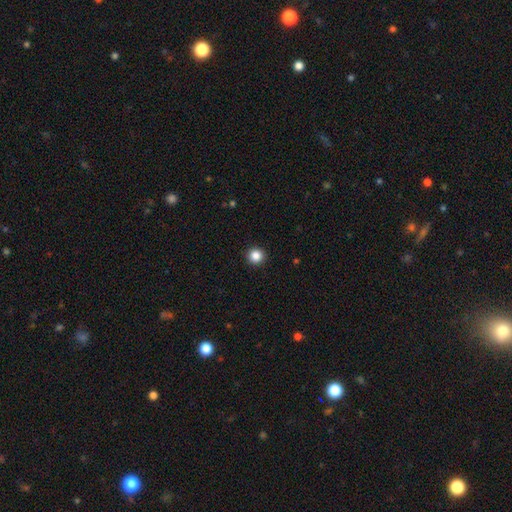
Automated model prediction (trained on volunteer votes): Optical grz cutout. It shows a smooth galaxy with no disk features (85%) that is round (95%). Merging: none (93%).